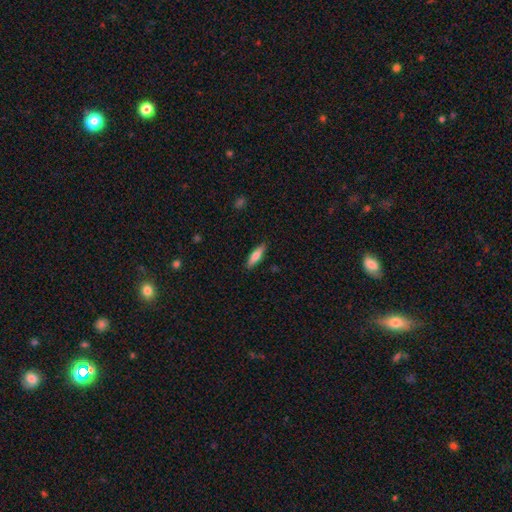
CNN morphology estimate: The model was most divided on "how rounded": cigar-shaped: 63%, in between: 35%, round: 2%. More confident: merging — none (88%); smooth or featured — smooth (72%).